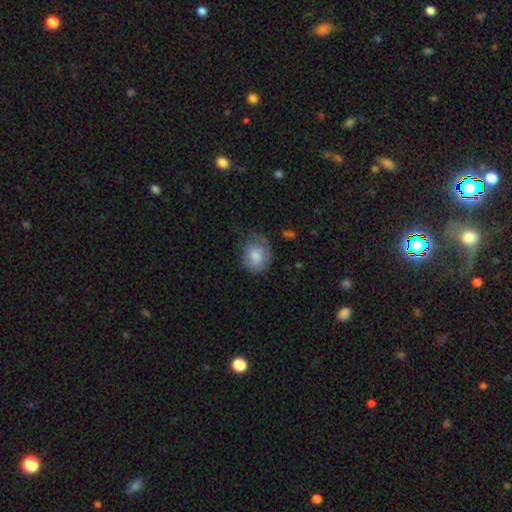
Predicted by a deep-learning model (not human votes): Smooth or featured?
  - smooth: 72% *
  - featured or disk: 20%
  - star or artifact: 8%
How rounded?
  - round: 62% *
  - in between: 38%
  - cigar-shaped: 1%
Merging?
  - none: 57% *
  - minor disturbance: 30%
  - major disturbance: 12%
  - merger: 1%